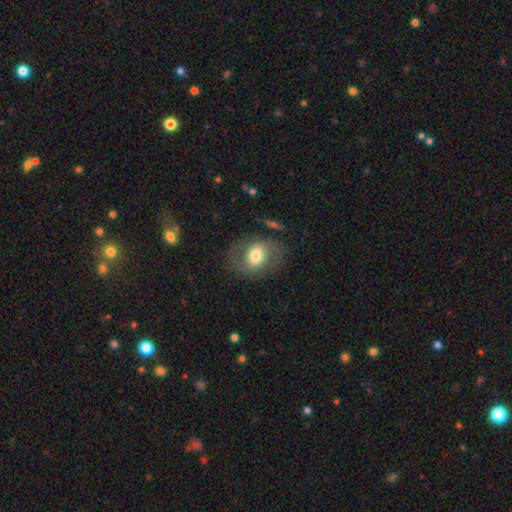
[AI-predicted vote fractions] This appears to be a featured or disk galaxy (56%) with no bar (47%), spiral arms (71%) and a moderate central bulge (60%). Merging: none (72%).